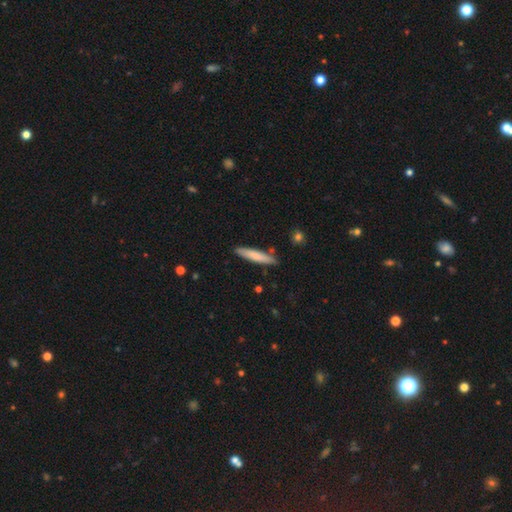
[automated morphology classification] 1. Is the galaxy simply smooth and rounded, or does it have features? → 76% smooth, 19% featured or disk, 5% star or artifact.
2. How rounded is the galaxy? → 91% cigar-shaped, 8% in between, 1% round.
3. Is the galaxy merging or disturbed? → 86% none, 9% minor disturbance, 2% merger, 2% major disturbance.